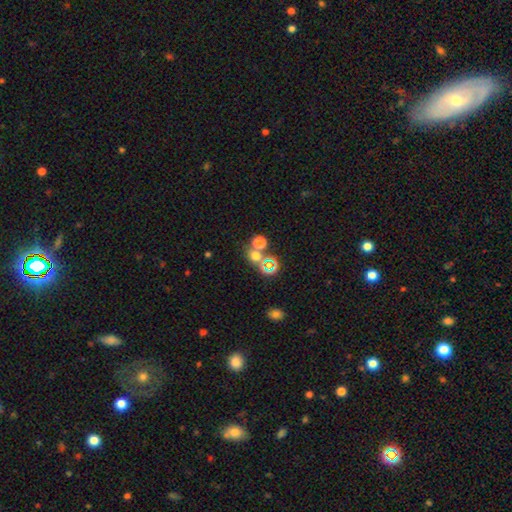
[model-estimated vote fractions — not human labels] This appears to be a smooth galaxy with no disk features (57%) that is round (77%). Merging: none (52%).